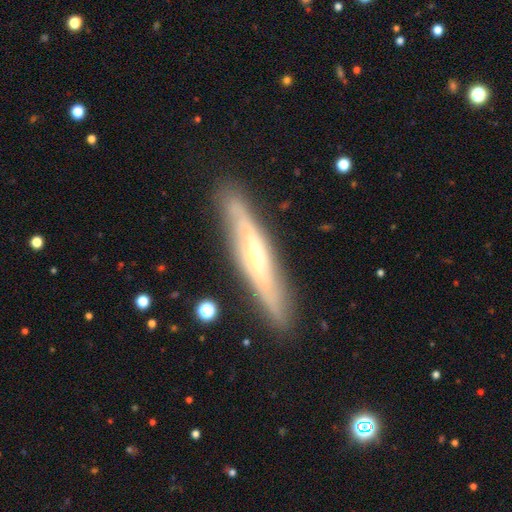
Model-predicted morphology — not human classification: smooth_or_featured: featured or disk (p=0.71) [alt: smooth p=0.23]
disk_edge_on: yes (p=0.65) [alt: no p=0.35]
merging: none (p=0.85) [alt: minor disturbance p=0.11]